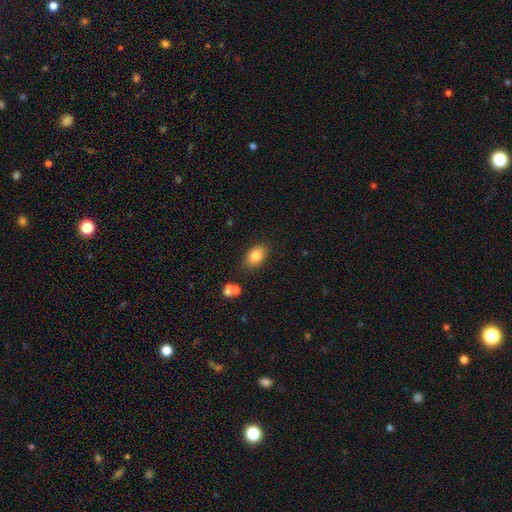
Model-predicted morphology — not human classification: Q: Smooth or featured?
A: smooth (82%); runner-up: featured or disk (9%)
Q: How rounded?
A: in between (85%); runner-up: round (14%)
Q: Merging?
A: none (83%); runner-up: minor disturbance (11%)